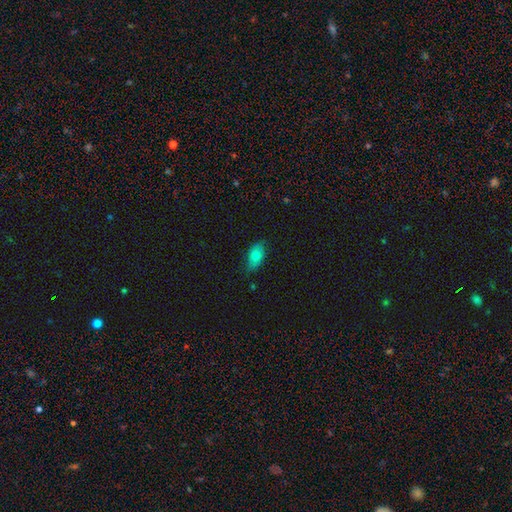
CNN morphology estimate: The model was most divided on "merging": none: 73%, minor disturbance: 22%, major disturbance: 3%, merger: 1%. More confident: how rounded — in between (89%); smooth or featured — smooth (74%).